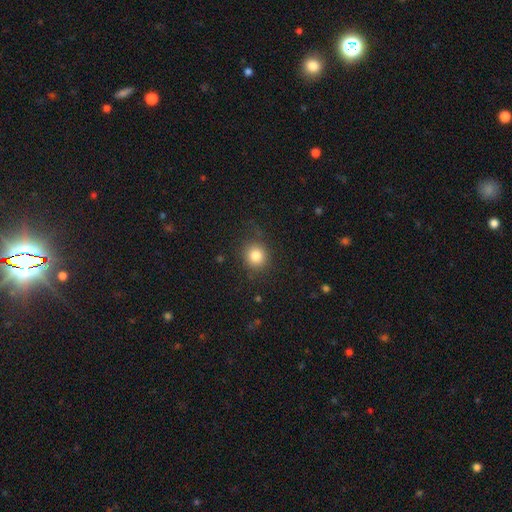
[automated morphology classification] Smooth or featured? Predicted: smooth (p=0.83). How rounded? Predicted: round (p=0.86). Merging? Predicted: none (p=0.83).